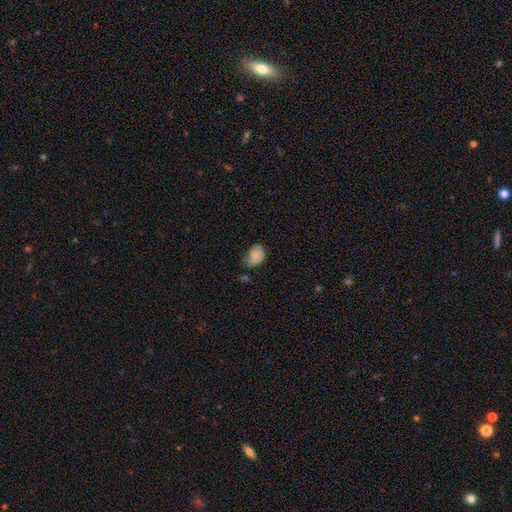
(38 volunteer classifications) Morphology: type=smooth (74%); roundness=in between (64%); merging=minor disturbance (50%).